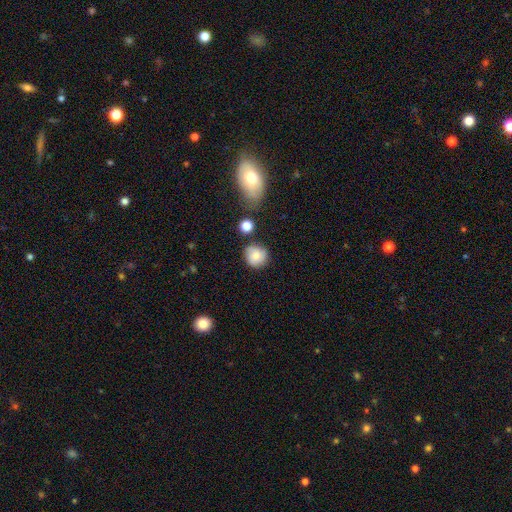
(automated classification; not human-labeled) This appears to be a smooth galaxy with no disk features (71%) that is round (88%). Merging: none (72%).